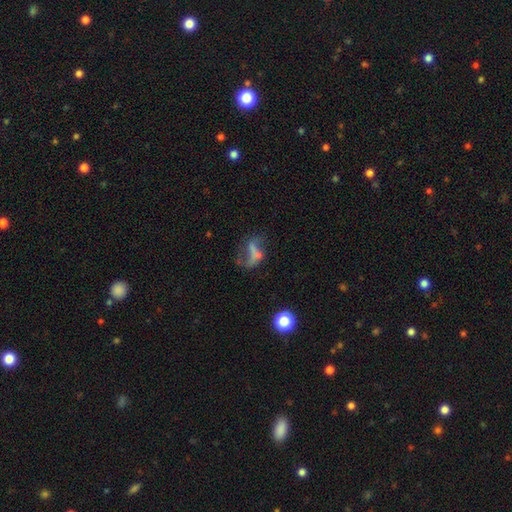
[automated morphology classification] Smooth or featured?
  - featured or disk: 47% *
  - smooth: 37%
  - star or artifact: 16%
Merging?
  - major disturbance: 35% *
  - none: 32%
  - minor disturbance: 17%
  - merger: 16%